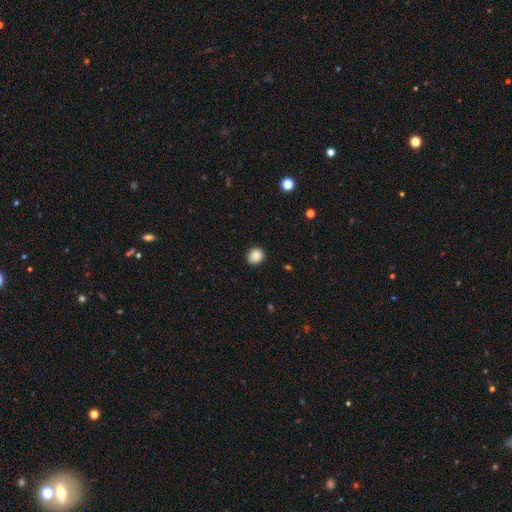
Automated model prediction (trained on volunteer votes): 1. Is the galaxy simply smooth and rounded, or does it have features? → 88% smooth, 9% star or artifact, 4% featured or disk.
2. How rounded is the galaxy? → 72% round, 27% in between, 1% cigar-shaped.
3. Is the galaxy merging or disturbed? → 89% none, 8% minor disturbance, 2% major disturbance, 1% merger.